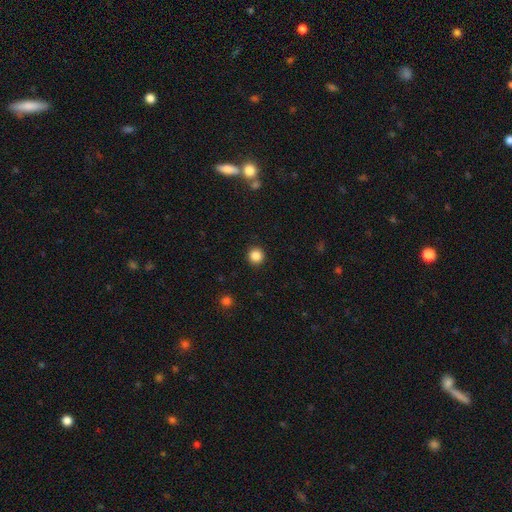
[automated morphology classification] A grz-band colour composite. It shows a smooth galaxy with no disk features (86%) that is round (95%). Merging: none (92%).